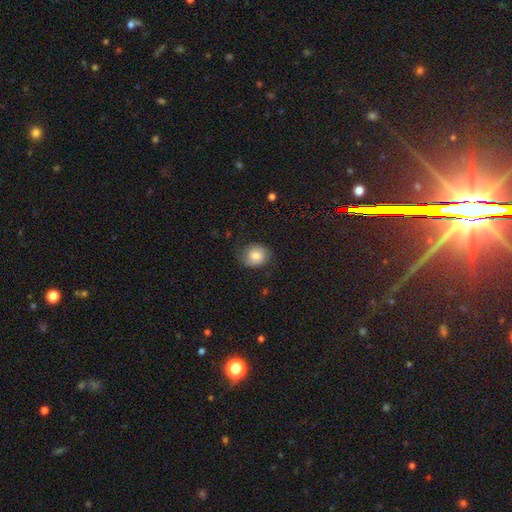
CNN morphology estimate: Smooth or featured?
  - smooth: 63% *
  - featured or disk: 28%
  - star or artifact: 9%
How rounded?
  - round: 66% *
  - in between: 33%
  - cigar-shaped: 1%
Merging?
  - none: 69% *
  - minor disturbance: 21%
  - major disturbance: 9%
  - merger: 1%